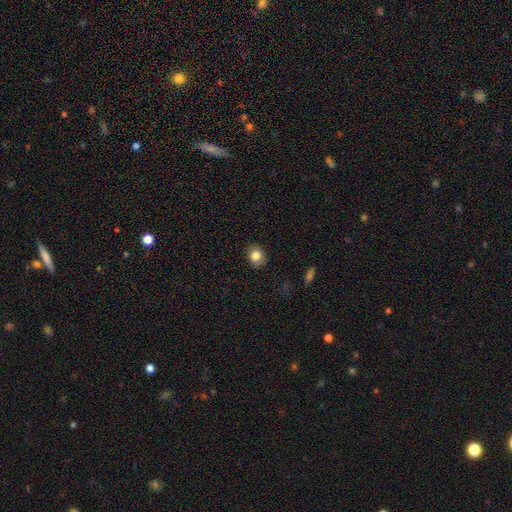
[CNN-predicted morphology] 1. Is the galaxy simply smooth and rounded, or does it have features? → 83% smooth, 10% star or artifact, 8% featured or disk.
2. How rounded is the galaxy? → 57% round, 42% in between, 1% cigar-shaped.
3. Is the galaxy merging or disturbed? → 88% none, 9% minor disturbance, 2% major disturbance, 1% merger.